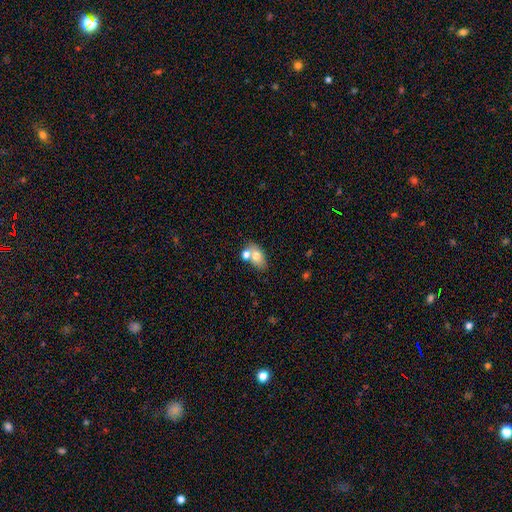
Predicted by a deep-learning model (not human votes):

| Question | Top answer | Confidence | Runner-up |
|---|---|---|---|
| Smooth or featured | smooth | 70% | featured or disk (21%) |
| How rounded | in between | 81% | round (17%) |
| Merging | none | 48% | merger (37%) |